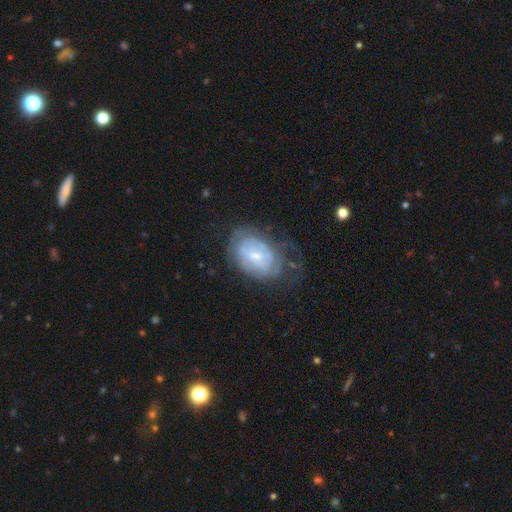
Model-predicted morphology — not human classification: Q: Smooth or featured?
A: featured or disk (65%); runner-up: smooth (27%)
Q: Edge-on disk?
A: no (95%); runner-up: yes (5%)
Q: Bar?
A: no (53%); runner-up: weak (40%)
Q: Spiral arms?
A: yes (72%); runner-up: no (28%)
Q: Bulge size?
A: small (53%); runner-up: moderate (41%)
Q: Merging?
A: none (54%); runner-up: minor disturbance (27%)